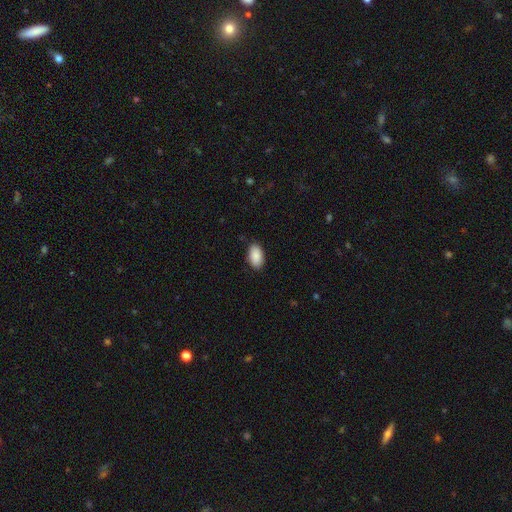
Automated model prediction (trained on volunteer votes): A smooth galaxy with no disk features (90%) that is in between round and cigar-shaped (94%). Merging: none (86%).